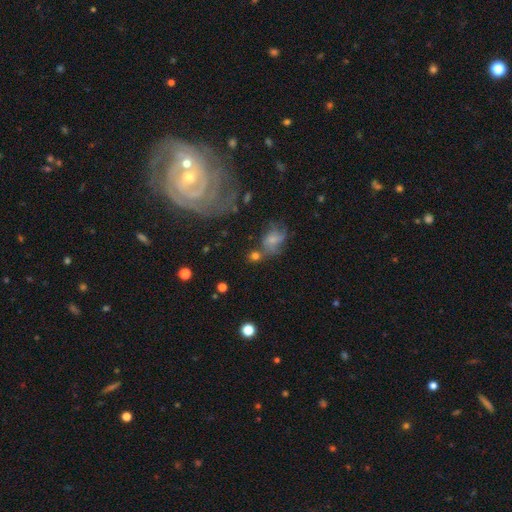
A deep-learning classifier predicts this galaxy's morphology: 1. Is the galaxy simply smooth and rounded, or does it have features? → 43% smooth, 36% featured or disk, 21% star or artifact.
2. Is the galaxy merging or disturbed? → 51% none, 19% minor disturbance, 16% merger, 14% major disturbance.